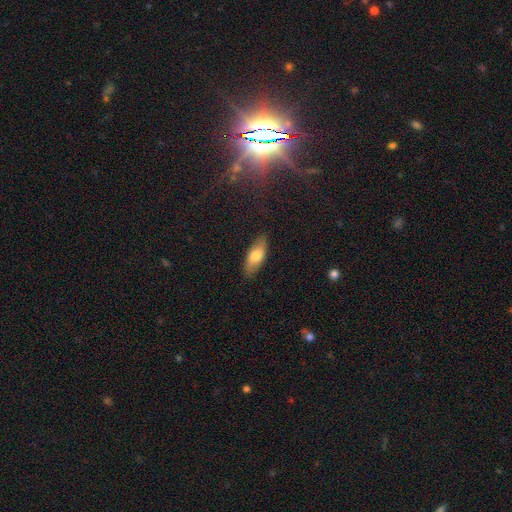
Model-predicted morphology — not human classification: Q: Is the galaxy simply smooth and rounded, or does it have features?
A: smooth — 74%.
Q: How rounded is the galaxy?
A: in between — 76%.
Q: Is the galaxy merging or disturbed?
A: none — 86%.